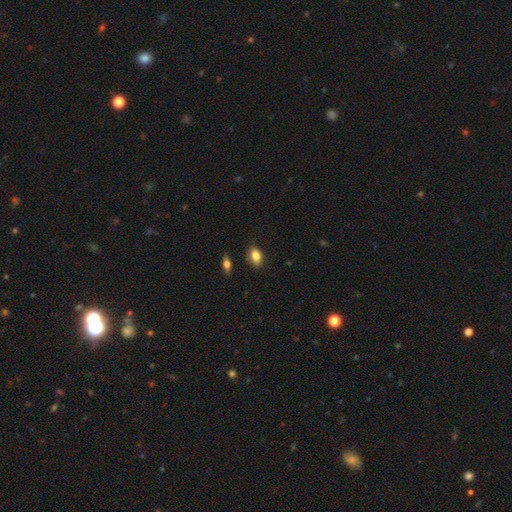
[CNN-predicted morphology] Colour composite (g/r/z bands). It shows a smooth galaxy with no disk features (82%) that is in between round and cigar-shaped (85%). Merging: none (82%).